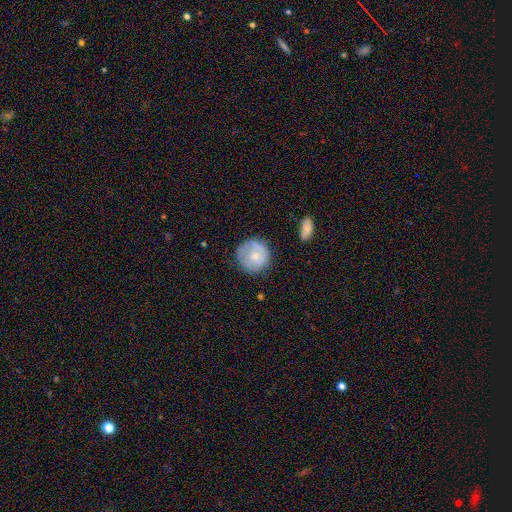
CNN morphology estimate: The model was most divided on "smooth or featured": smooth: 64%, featured or disk: 29%, star or artifact: 7%. More confident: how rounded — round (92%); merging — none (68%).